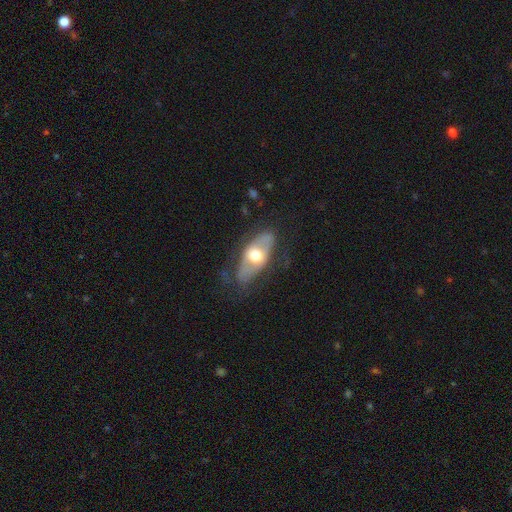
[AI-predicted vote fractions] smooth-or-featured: featured or disk: 53% | smooth: 41% | star or artifact: 6%
  disk-edge-on: no: 76% | yes: 24%
  merging: none: 68% | minor disturbance: 20% | major disturbance: 10% | merger: 1%